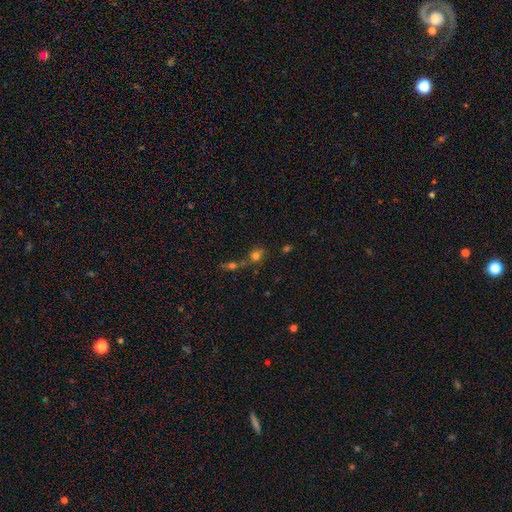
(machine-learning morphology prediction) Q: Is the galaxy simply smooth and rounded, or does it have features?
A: smooth — 68%.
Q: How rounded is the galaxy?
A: round — 68%.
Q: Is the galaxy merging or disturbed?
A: merger — 46%.